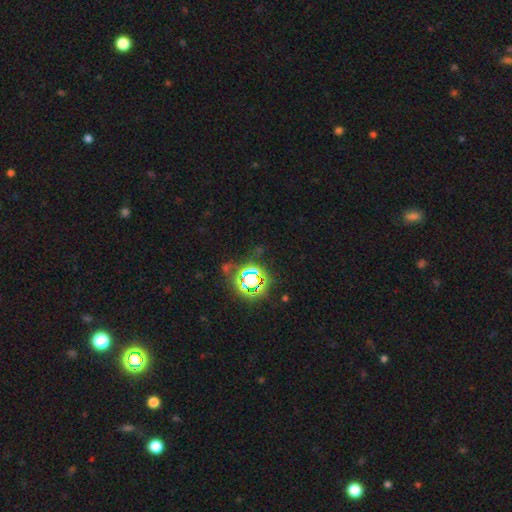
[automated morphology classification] type=star or artifact (78%).